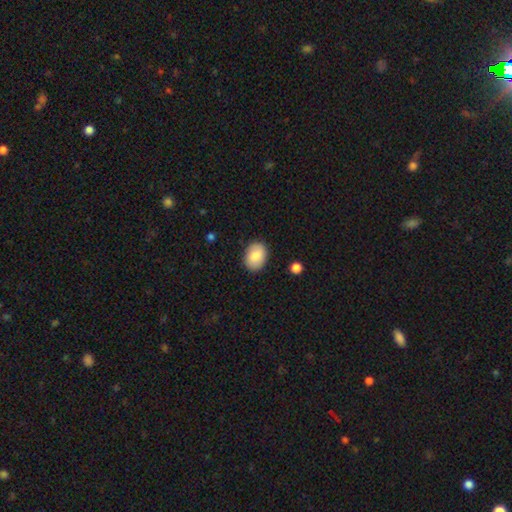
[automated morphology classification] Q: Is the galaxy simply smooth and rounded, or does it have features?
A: smooth — 82%.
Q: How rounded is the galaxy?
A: in between — 69%.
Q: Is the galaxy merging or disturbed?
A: none — 86%.